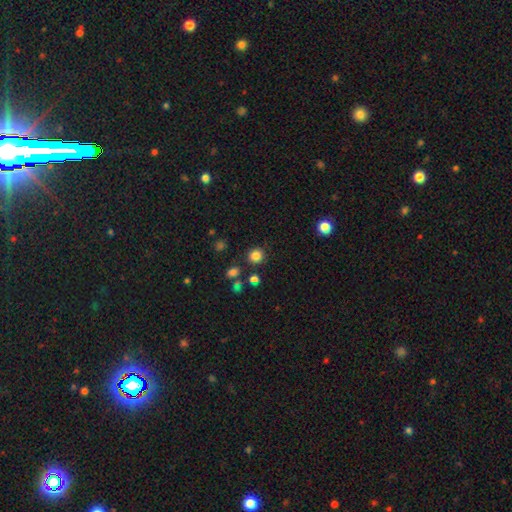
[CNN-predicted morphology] smooth_or_featured: smooth (p=0.82) [alt: star or artifact p=0.13]
how_rounded: round (p=0.91) [alt: in between p=0.08]
merging: none (p=0.85) [alt: minor disturbance p=0.08]